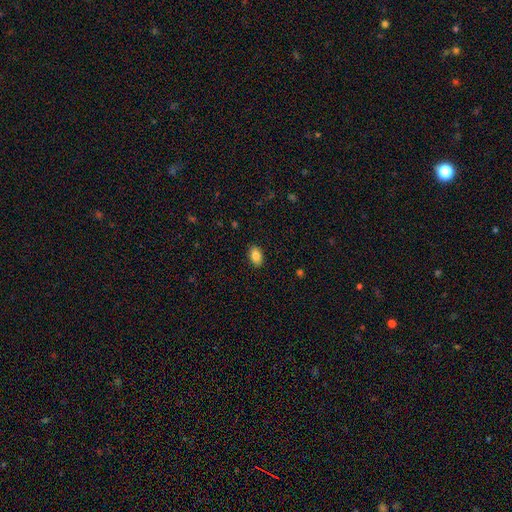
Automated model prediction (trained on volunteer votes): Smooth or featured? Predicted: smooth (p=0.86). How rounded? Predicted: in between (p=0.89). Merging? Predicted: none (p=0.89).